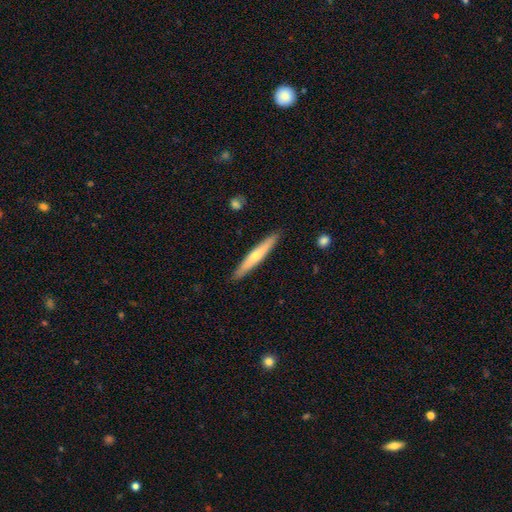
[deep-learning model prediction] Smooth or featured: smooth — 52% (featured or disk — 43%)
How rounded: cigar-shaped — 94% (in between — 5%)
Merging: none — 90% (minor disturbance — 7%)